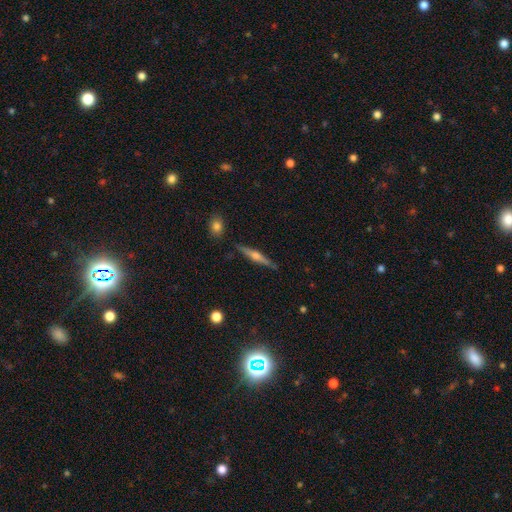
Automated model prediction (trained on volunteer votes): Smooth or featured?
  - featured or disk: 68% *
  - smooth: 25%
  - star or artifact: 7%
Edge-on disk?
  - yes: 97% *
  - no: 3%
Edge-on bulge?
  - rounded: 88% *
  - none: 6%
  - boxy: 6%
Merging?
  - none: 88% *
  - minor disturbance: 8%
  - merger: 2%
  - major disturbance: 2%